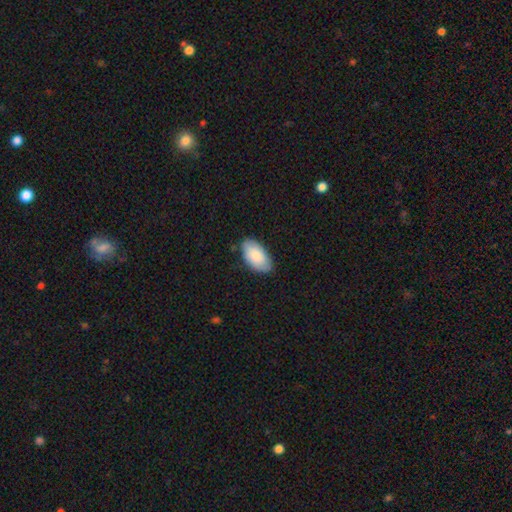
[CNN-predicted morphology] Smooth or featured: smooth — 81% (featured or disk — 13%)
How rounded: in between — 95% (round — 3%)
Merging: none — 79% (minor disturbance — 17%)